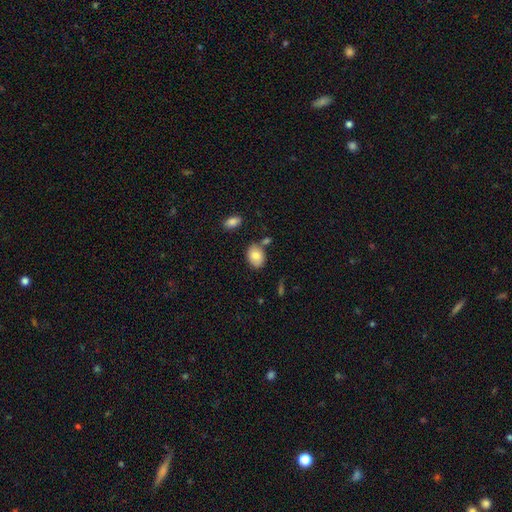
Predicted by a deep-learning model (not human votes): Overall: smooth (80%). How rounded: in between (73%). Merging: none (73%).